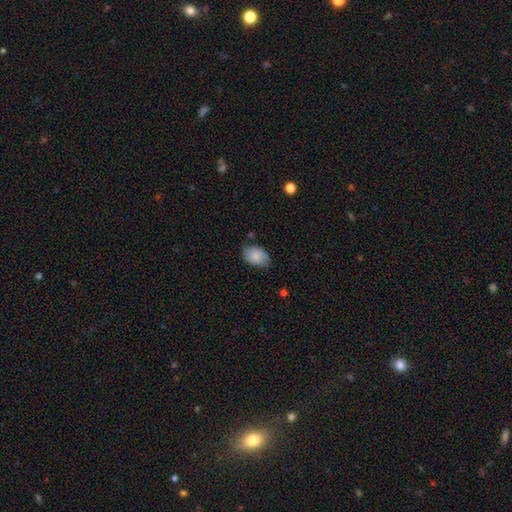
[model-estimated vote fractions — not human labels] This is likely a smooth galaxy (79%). How rounded: clearly in between (82%). Merging: likely none (66%).